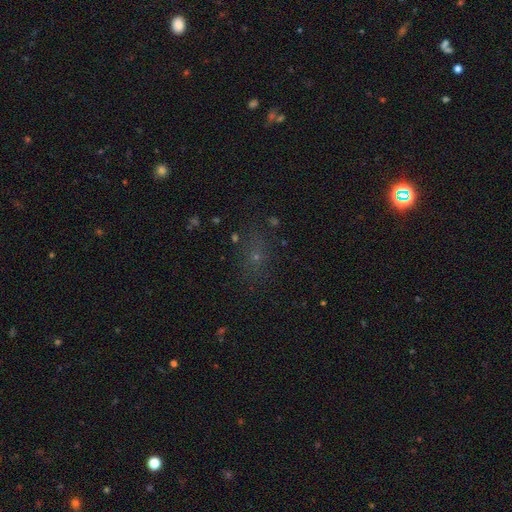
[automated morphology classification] Smooth or featured? star or artifact (43%)